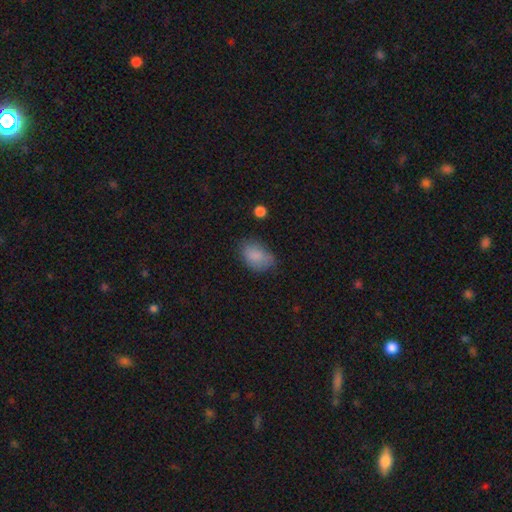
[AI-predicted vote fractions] Smooth or featured?
  - smooth: 84% *
  - star or artifact: 9%
  - featured or disk: 7%
How rounded?
  - in between: 87% *
  - round: 12%
  - cigar-shaped: 1%
Merging?
  - none: 63% *
  - minor disturbance: 26%
  - major disturbance: 8%
  - merger: 2%